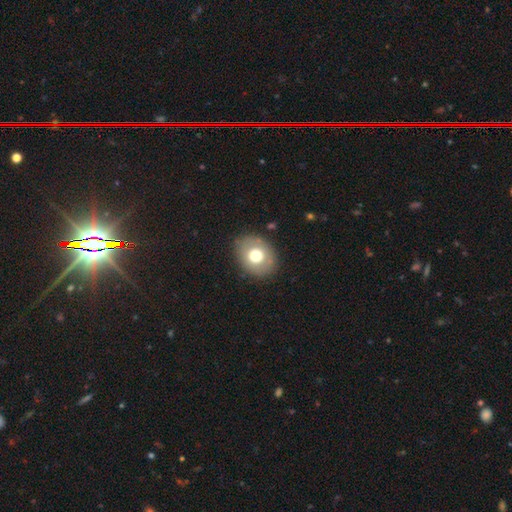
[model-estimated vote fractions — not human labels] smooth-or-featured: smooth: 68% | featured or disk: 24% | star or artifact: 8%
  how-rounded: round: 56% | in between: 43% | cigar-shaped: 1%
  merging: none: 85% | minor disturbance: 10% | major disturbance: 3% | merger: 1%